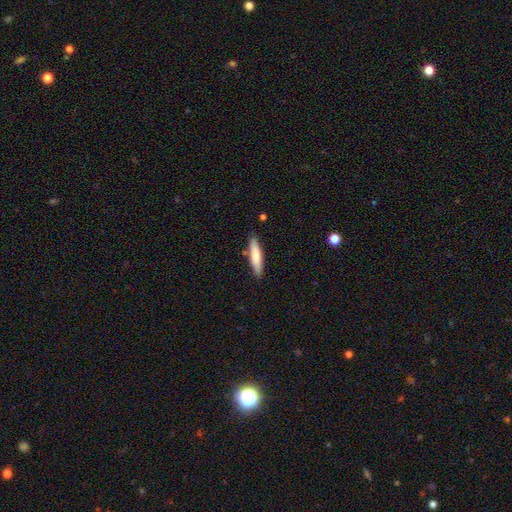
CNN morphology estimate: This is likely a smooth galaxy (74%). How rounded: clearly cigar-shaped (81%). Merging: clearly none (86%).